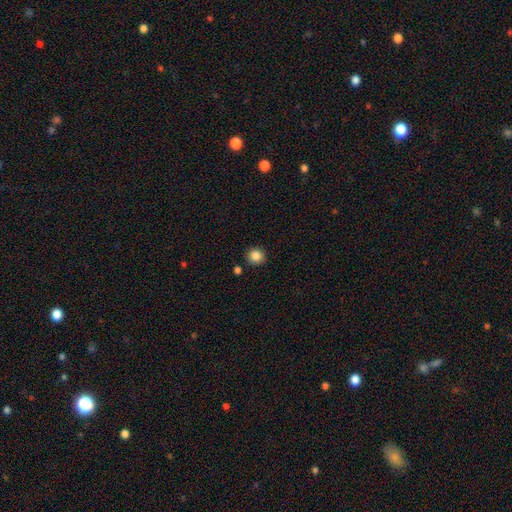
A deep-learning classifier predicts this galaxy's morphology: Smooth or featured? smooth (85%)
How rounded? round (91%)
Merging? none (88%)